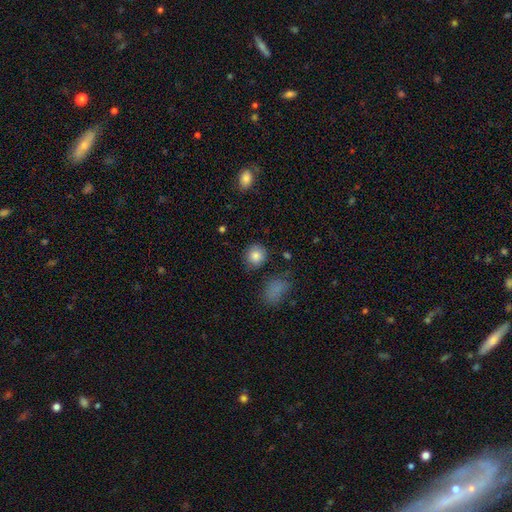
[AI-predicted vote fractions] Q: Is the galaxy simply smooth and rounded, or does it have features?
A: smooth — 84%.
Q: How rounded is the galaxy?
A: round — 83%.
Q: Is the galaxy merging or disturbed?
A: none — 81%.